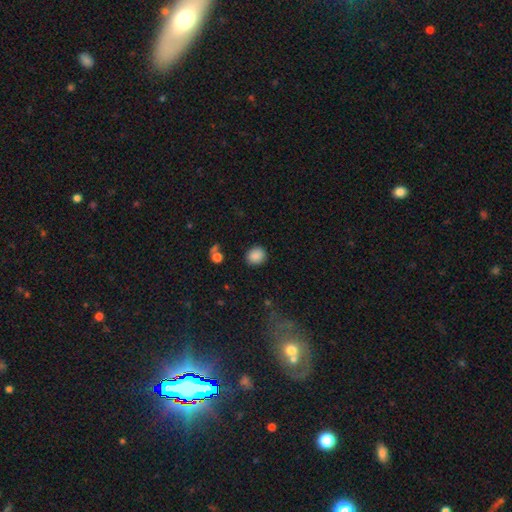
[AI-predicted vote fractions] Smooth or featured? Predicted: smooth (p=0.87). How rounded? Predicted: round (p=0.72). Merging? Predicted: none (p=0.87).